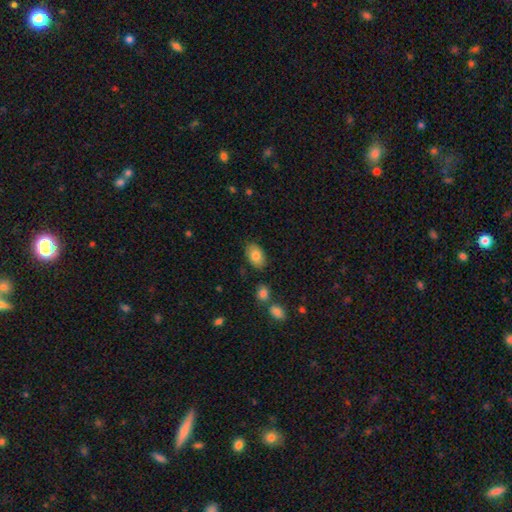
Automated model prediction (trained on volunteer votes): Smooth or featured? smooth (82%)
How rounded? in between (91%)
Merging? none (82%)